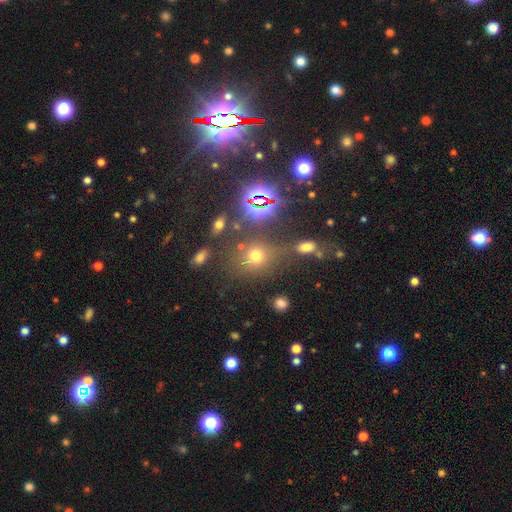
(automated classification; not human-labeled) smooth_or_featured: smooth (p=0.59) [alt: star or artifact p=0.28]
how_rounded: round (p=0.70) [alt: in between p=0.28]
merging: none (p=0.59) [alt: merger p=0.19]